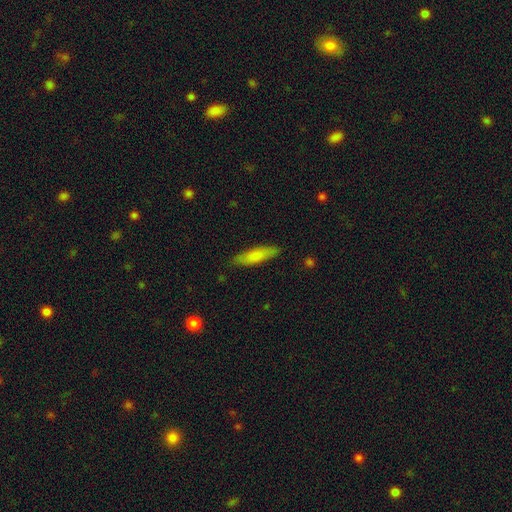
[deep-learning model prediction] Smooth or featured? Predicted: smooth (p=0.78). How rounded? Predicted: cigar-shaped (p=0.68). Merging? Predicted: none (p=0.85).